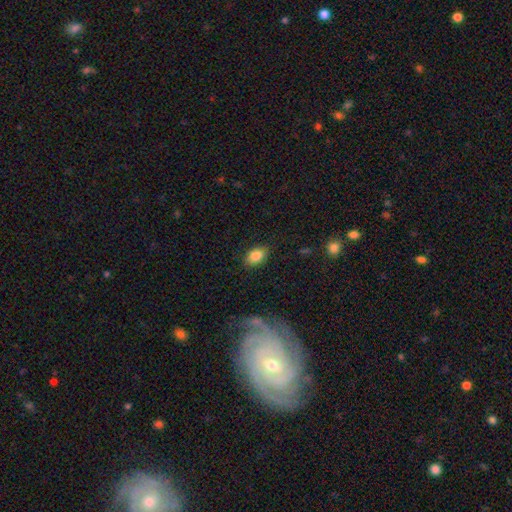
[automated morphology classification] Smooth or featured? Predicted: smooth (p=0.84). How rounded? Predicted: in between (p=0.86). Merging? Predicted: none (p=0.85).